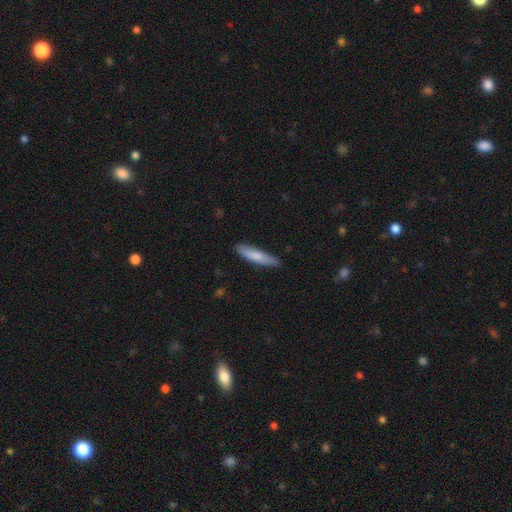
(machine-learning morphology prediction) smooth 79%, featured or disk 16%, star or artifact 5%. Down the decision tree: how rounded — cigar-shaped (81%); merging — none (81%).